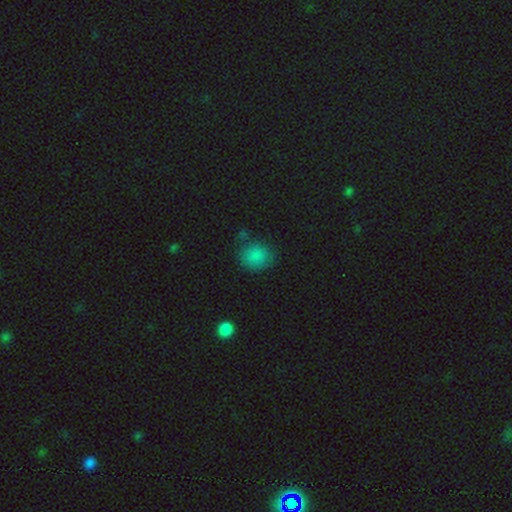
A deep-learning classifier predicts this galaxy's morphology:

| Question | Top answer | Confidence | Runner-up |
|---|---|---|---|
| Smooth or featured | smooth | 83% | star or artifact (12%) |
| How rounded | round | 71% | in between (27%) |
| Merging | none | 73% | minor disturbance (18%) |